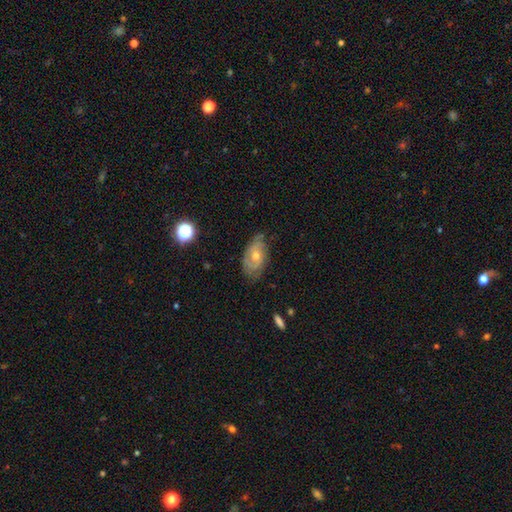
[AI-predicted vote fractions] Q: Smooth or featured?
A: featured or disk (71%); runner-up: smooth (19%)
Q: Edge-on disk?
A: no (94%); runner-up: yes (6%)
Q: Bar?
A: no (71%); runner-up: weak (24%)
Q: Spiral arms?
A: yes (88%); runner-up: no (12%)
Q: Spiral winding?
A: tight (54%); runner-up: medium (35%)
Q: Spiral arm count?
A: 2 (49%); runner-up: can't tell (31%)
Q: Bulge size?
A: moderate (57%); runner-up: small (39%)
Q: Merging?
A: none (73%); runner-up: minor disturbance (21%)